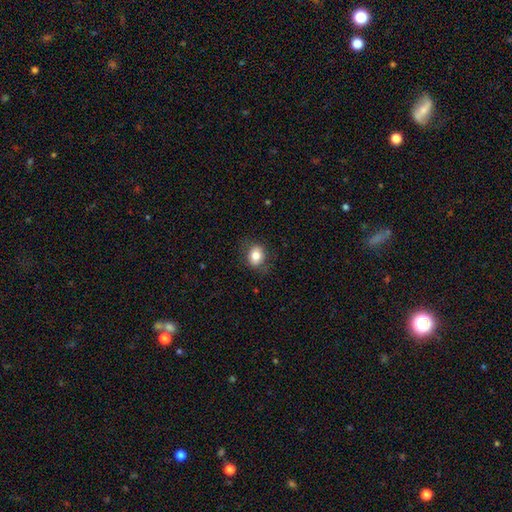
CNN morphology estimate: Smooth or featured: smooth — 80% (featured or disk — 11%)
How rounded: in between — 54% (round — 45%)
Merging: none — 79% (minor disturbance — 15%)